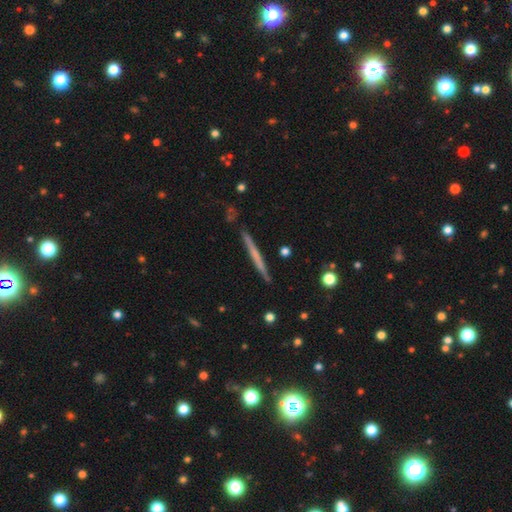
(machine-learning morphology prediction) smooth_or_featured: featured or disk (p=0.51) [alt: smooth p=0.43]
disk_edge_on: yes (p=0.97) [alt: no p=0.03]
edge_on_bulge: none (p=0.85) [alt: rounded p=0.10]
merging: none (p=0.89) [alt: minor disturbance p=0.08]